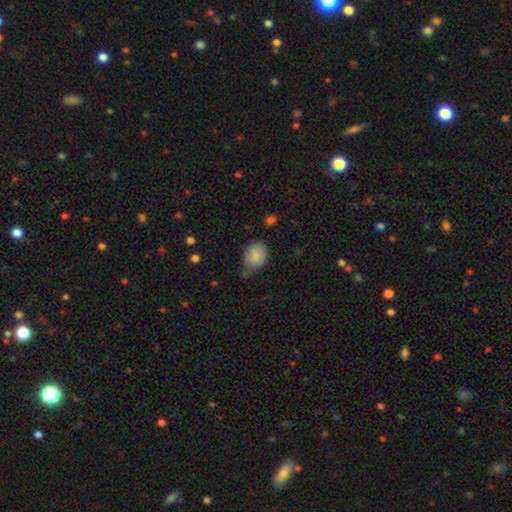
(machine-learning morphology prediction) This appears to be a smooth galaxy with no disk features (86%) that is in between round and cigar-shaped (68%). Merging: none (57%).